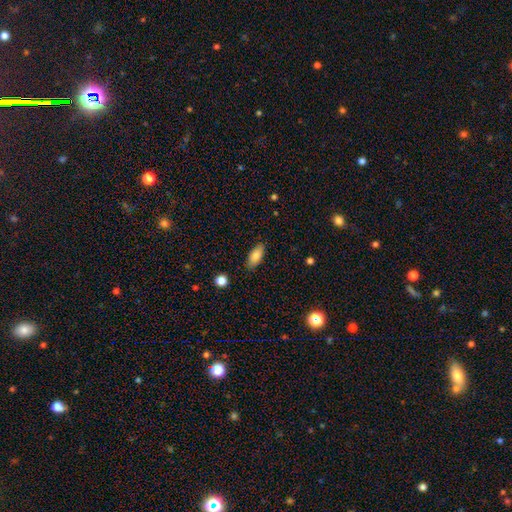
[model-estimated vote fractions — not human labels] Smooth or featured?
  - smooth: 82% *
  - featured or disk: 11%
  - star or artifact: 7%
How rounded?
  - in between: 85% *
  - cigar-shaped: 12%
  - round: 2%
Merging?
  - none: 85% *
  - minor disturbance: 11%
  - major disturbance: 2%
  - merger: 1%